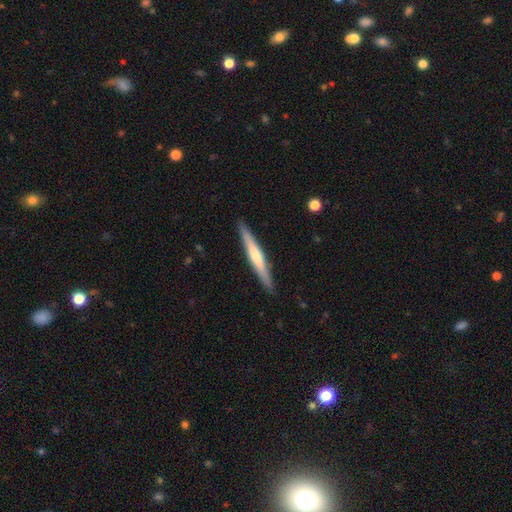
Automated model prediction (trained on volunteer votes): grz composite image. It shows a featured or disk galaxy (54%) viewed edge-on (97%) with a rounded central bulge (54%). Merging: none (91%).